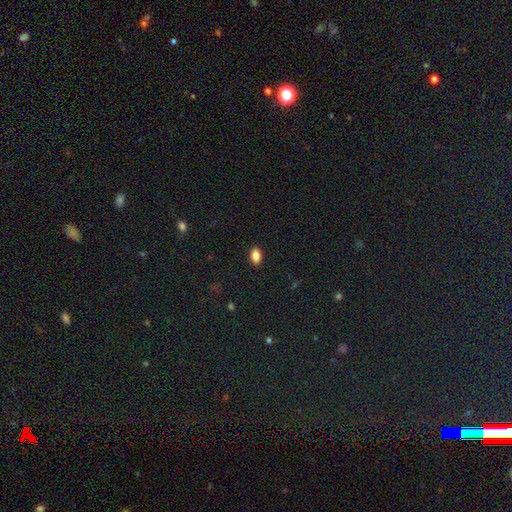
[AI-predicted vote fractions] smooth_or_featured: smooth (p=0.86) [alt: star or artifact p=0.09]
how_rounded: in between (p=0.91) [alt: round p=0.06]
merging: none (p=0.90) [alt: minor disturbance p=0.08]